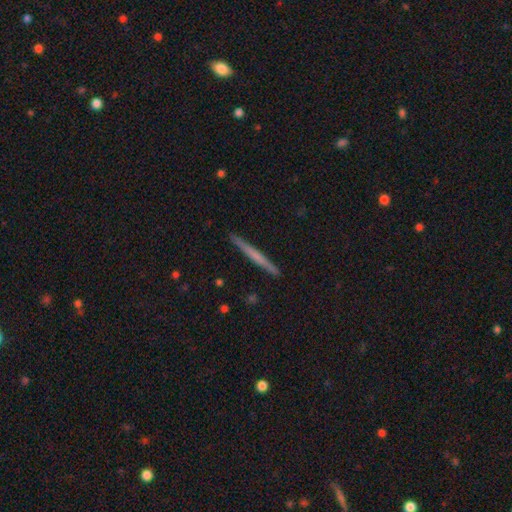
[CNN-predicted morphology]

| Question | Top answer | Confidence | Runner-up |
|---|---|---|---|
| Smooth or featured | featured or disk | 50% | smooth (45%) |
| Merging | none | 91% | minor disturbance (6%) |